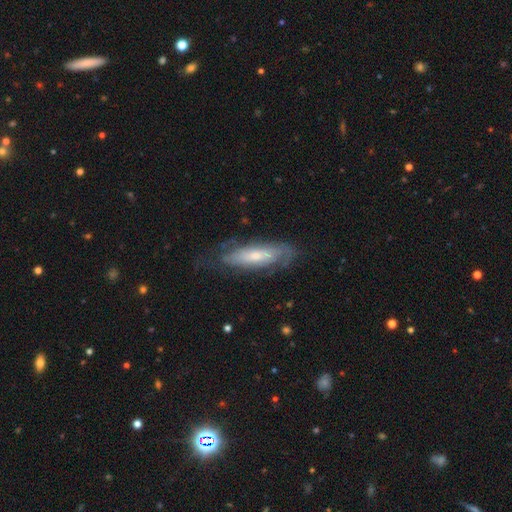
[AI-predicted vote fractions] This is likely a featured or disk galaxy (61%). It is likely not viewed edge-on (72%). Merging: likely none (64%).